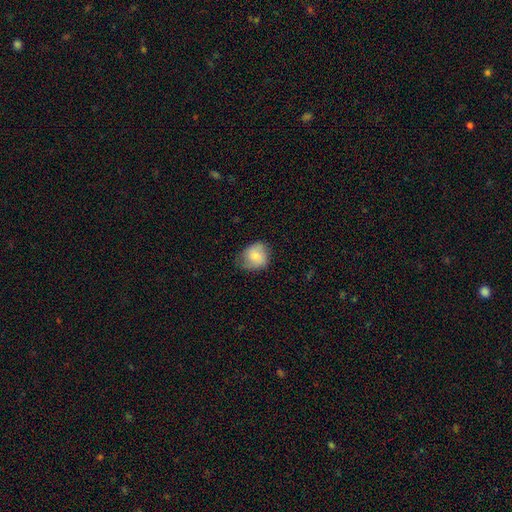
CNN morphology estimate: Smooth or featured?
  - smooth: 77% *
  - featured or disk: 16%
  - star or artifact: 7%
How rounded?
  - round: 67% *
  - in between: 32%
  - cigar-shaped: 1%
Merging?
  - none: 59% *
  - minor disturbance: 32%
  - major disturbance: 8%
  - merger: 1%